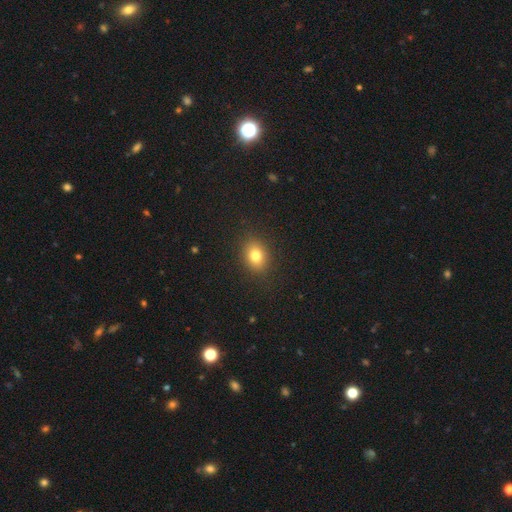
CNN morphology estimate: This is clearly a smooth galaxy (80%). How rounded: likely in between (60%). Merging: clearly none (88%).